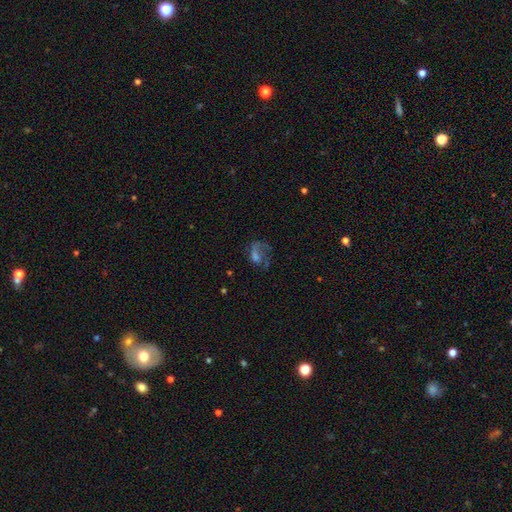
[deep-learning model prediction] This appears to be a featured or disk galaxy (54%) with no bar (68%), spiral arms (64%) and no central bulge (30%, tied with moderate). Merging: major disturbance (43%).